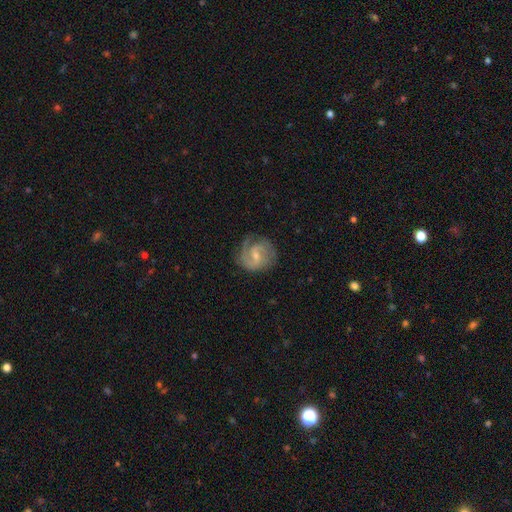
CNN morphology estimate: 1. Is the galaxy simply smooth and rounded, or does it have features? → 83% featured or disk, 12% smooth, 5% star or artifact.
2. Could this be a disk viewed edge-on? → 98% no, 2% yes.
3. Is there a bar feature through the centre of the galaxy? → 59% weak, 28% no, 13% strong.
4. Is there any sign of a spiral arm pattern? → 96% yes, 4% no.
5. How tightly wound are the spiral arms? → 48% medium, 39% tight, 14% loose.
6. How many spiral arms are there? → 71% 2, 10% 3, 9% can't tell, 6% 1, 2% 4, 2% more than 4.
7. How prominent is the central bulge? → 59% small, 35% moderate, 4% none, 1% large, 1% dominant.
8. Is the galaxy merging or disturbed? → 74% none, 18% minor disturbance, 7% major disturbance, 1% merger.